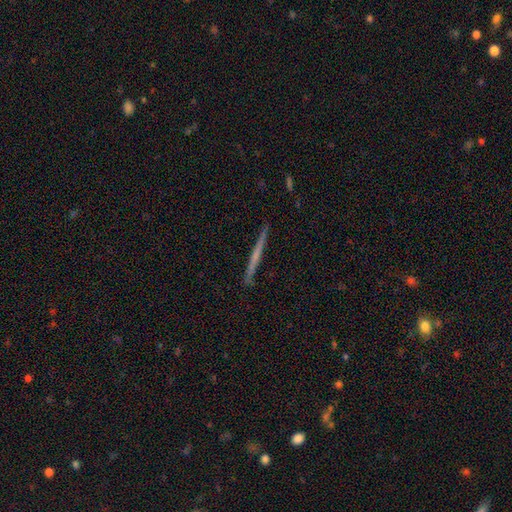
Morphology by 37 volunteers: Smooth or featured? featured or disk (65%)
Edge-on disk? yes (100%)
Edge-on bulge? none (92%)
Merging? none (94%)